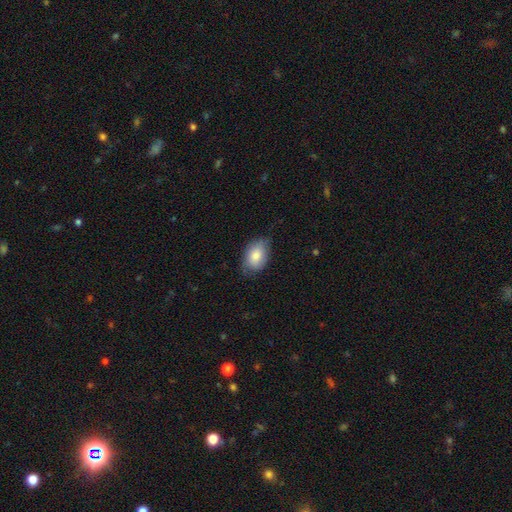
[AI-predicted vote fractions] Morphology: type=smooth (80%); roundness=in between (85%); merging=none (64%).